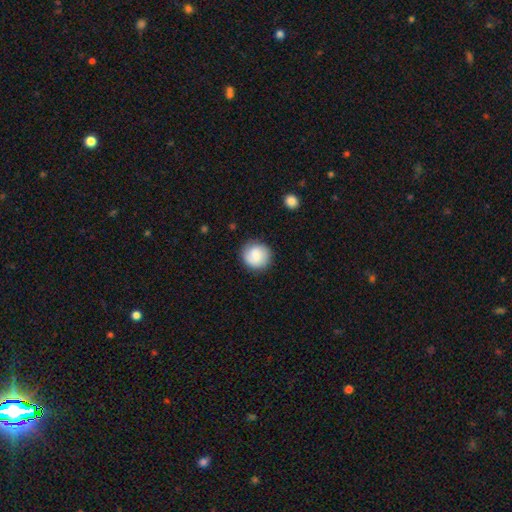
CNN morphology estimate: Overall: smooth (78%). How rounded: round (92%). Merging: none (85%).